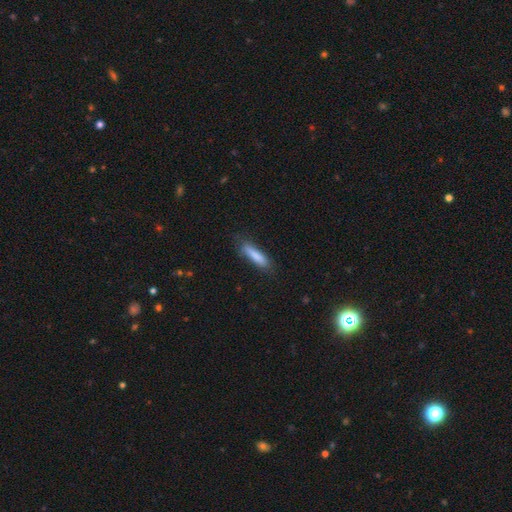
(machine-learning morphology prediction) smooth 84%, featured or disk 10%, star or artifact 6%. Down the decision tree: how rounded — cigar-shaped (78%); merging — none (76%).